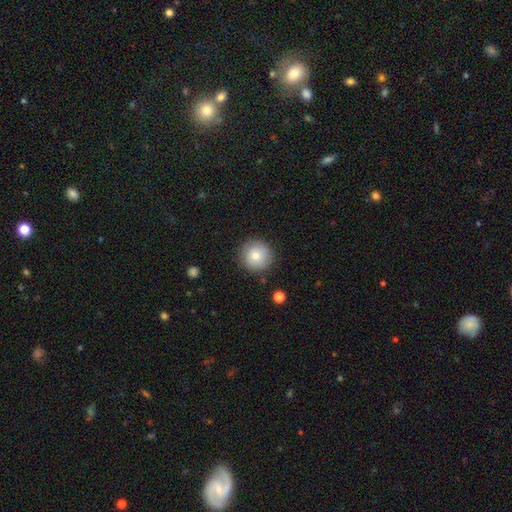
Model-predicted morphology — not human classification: A smooth galaxy with no disk features (78%) that is round (96%).

Vote fractions:
- Smooth or featured? smooth: 78% / featured or disk: 13% / star or artifact: 9%
- How rounded? round: 96% / in between: 4% / cigar-shaped: 1%
- Merging? none: 87% / minor disturbance: 9% / major disturbance: 3% / merger: 2%